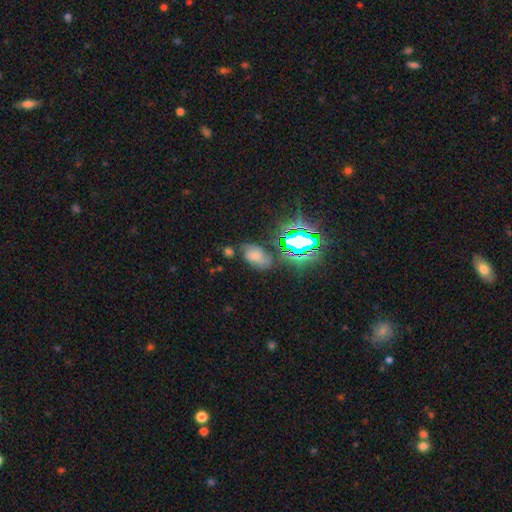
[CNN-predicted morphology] Smooth or featured: smooth — 45% (star or artifact — 29%)
Merging: none — 58% (minor disturbance — 24%)